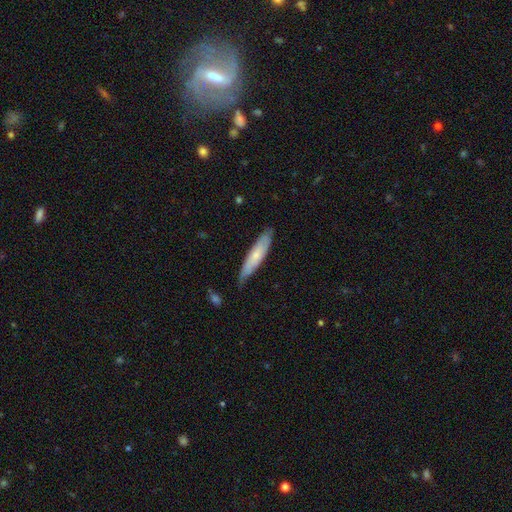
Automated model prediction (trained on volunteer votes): smooth 60%, featured or disk 35%, star or artifact 5%. Down the decision tree: how rounded — cigar-shaped (82%); merging — none (73%).